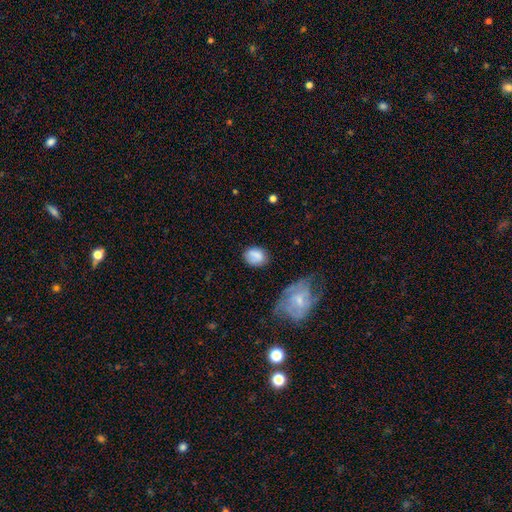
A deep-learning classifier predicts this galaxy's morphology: Overall: smooth (77%). How rounded: in between (65%; round 33%). Merging: none (67%).